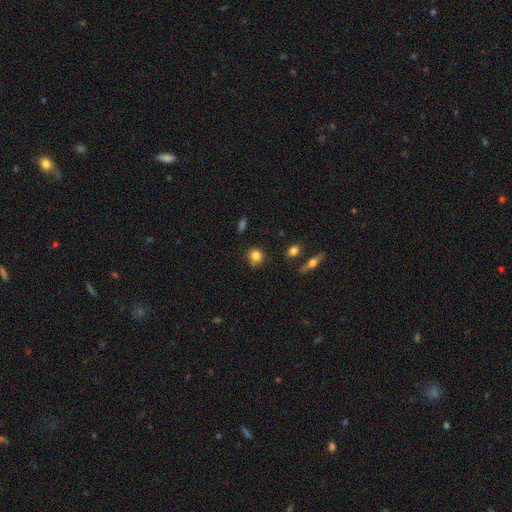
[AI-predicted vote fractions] Smooth or featured?
  - smooth: 82% *
  - star or artifact: 10%
  - featured or disk: 7%
How rounded?
  - round: 78% *
  - in between: 20%
  - cigar-shaped: 1%
Merging?
  - none: 73% *
  - minor disturbance: 18%
  - merger: 4%
  - major disturbance: 4%